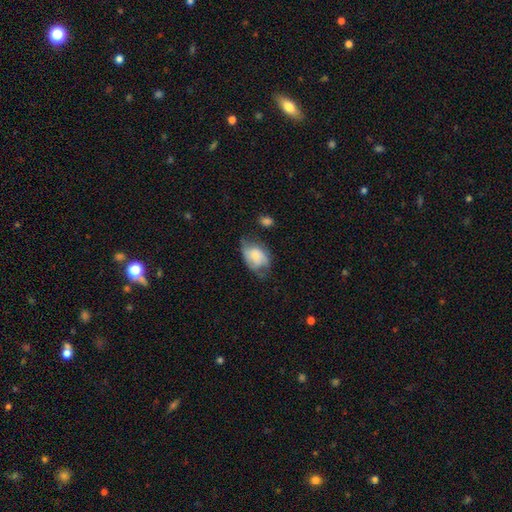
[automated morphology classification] Smooth or featured?
  - smooth: 56% *
  - featured or disk: 36%
  - star or artifact: 8%
How rounded?
  - in between: 82% *
  - round: 17%
  - cigar-shaped: 1%
Merging?
  - none: 39% *
  - minor disturbance: 35%
  - major disturbance: 22%
  - merger: 4%